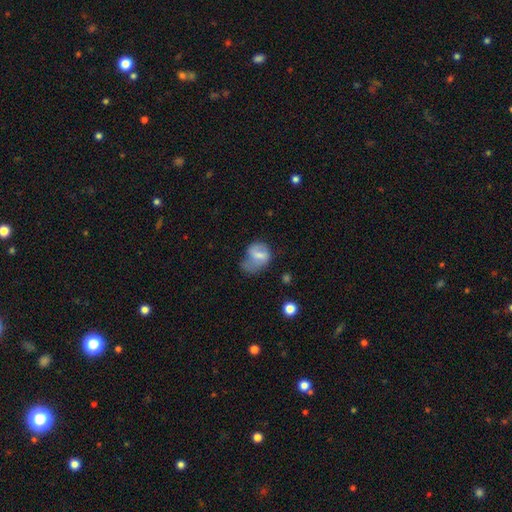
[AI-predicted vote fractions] Morphology: type=smooth (55%); roundness=in between (61%); merging=minor disturbance (34%, tied with major disturbance).